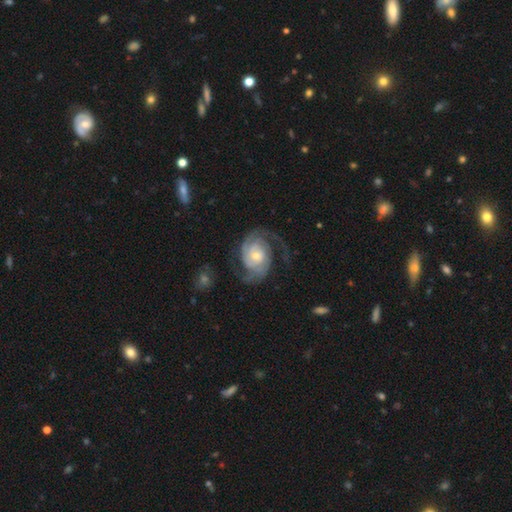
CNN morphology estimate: type=featured or disk (90%); edge-on=no (98%); bar=no (66%); spiral arms=yes (97%); winding=medium (43%); arm count=2 (79%); bulge=small (48%); merging=none (67%).